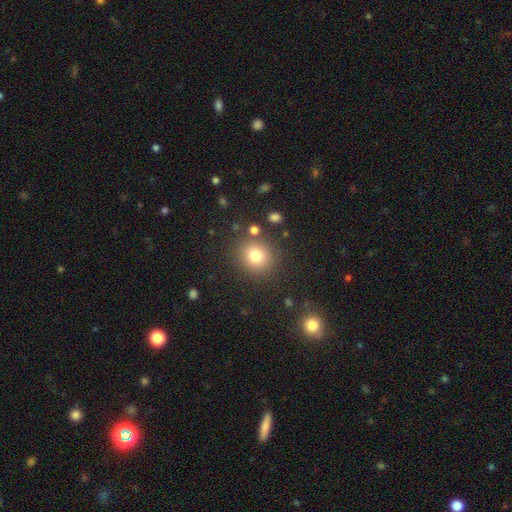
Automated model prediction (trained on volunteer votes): A smooth galaxy with no disk features (78%) that is round (86%). Merging: none (84%).